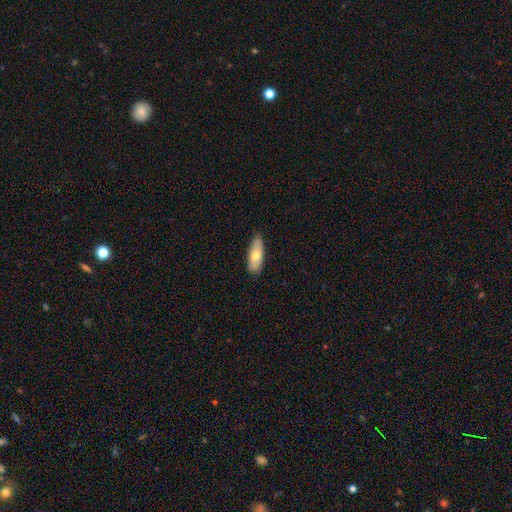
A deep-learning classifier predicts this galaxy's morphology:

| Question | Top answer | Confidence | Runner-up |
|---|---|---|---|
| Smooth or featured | smooth | 70% | featured or disk (24%) |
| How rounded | in between | 74% | cigar-shaped (24%) |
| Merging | none | 76% | minor disturbance (21%) |